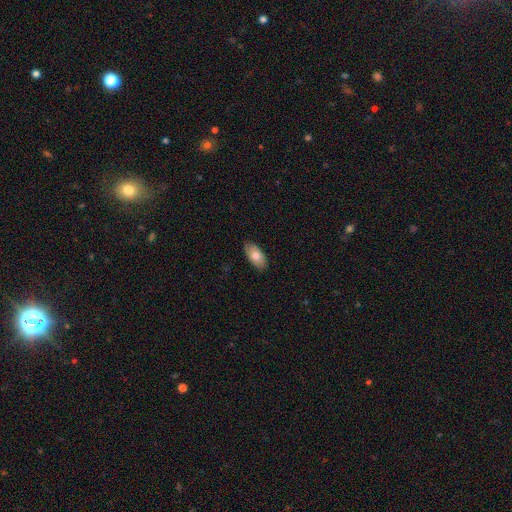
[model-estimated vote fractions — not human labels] This is likely a smooth galaxy (75%). How rounded: clearly in between (93%). Merging: clearly none (87%).